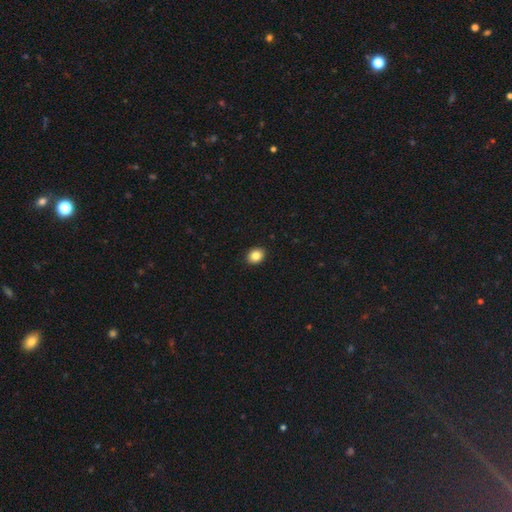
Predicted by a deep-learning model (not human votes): Smooth or featured? Predicted: smooth (p=0.85). How rounded? Predicted: round (p=0.54). Merging? Predicted: none (p=0.92).